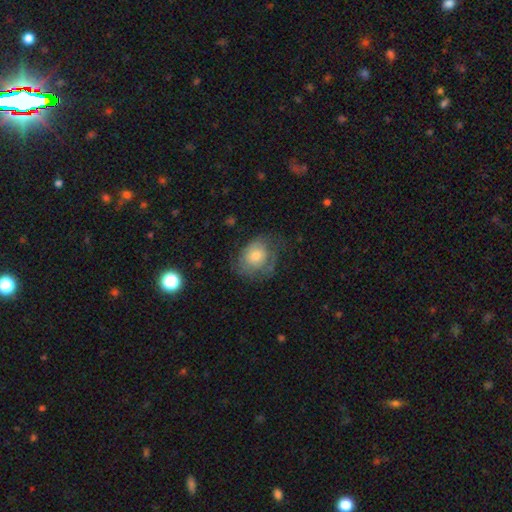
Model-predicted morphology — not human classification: smooth 48%, featured or disk 42%, star or artifact 9%. Down the decision tree: merging — none (54%).